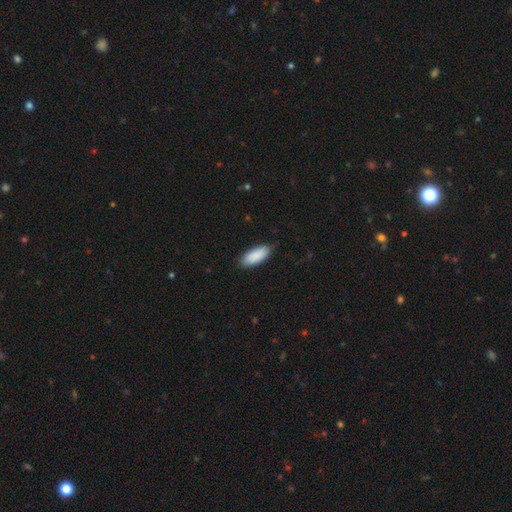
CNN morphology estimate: This is clearly a smooth galaxy (90%). How rounded: clearly in between (82%). Merging: clearly none (83%).